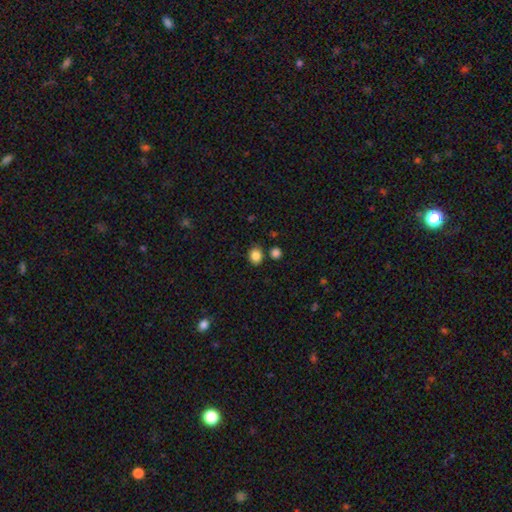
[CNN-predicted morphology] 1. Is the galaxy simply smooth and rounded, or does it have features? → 85% smooth, 10% star or artifact, 5% featured or disk.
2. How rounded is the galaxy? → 59% round, 40% in between, 1% cigar-shaped.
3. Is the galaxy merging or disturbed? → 81% none, 10% minor disturbance, 6% merger, 3% major disturbance.